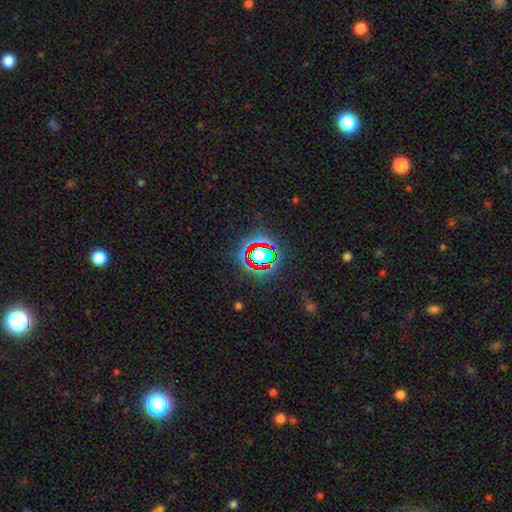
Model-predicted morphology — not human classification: Smooth or featured? star or artifact (66%)